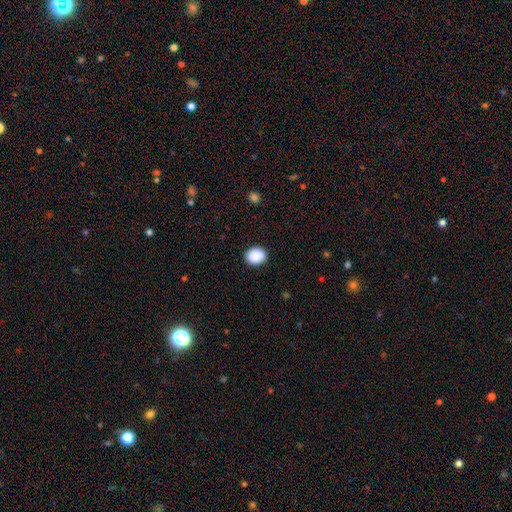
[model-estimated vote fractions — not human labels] A smooth galaxy with no disk features (90%) that is round (61%).

Vote fractions:
- Smooth or featured? smooth: 90% / star or artifact: 8% / featured or disk: 3%
- How rounded? round: 61% / in between: 38% / cigar-shaped: 1%
- Merging? none: 89% / minor disturbance: 8% / major disturbance: 2% / merger: 1%